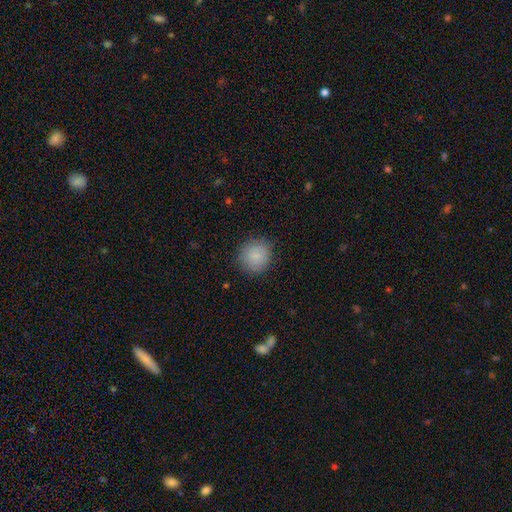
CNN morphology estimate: A smooth galaxy with no disk features (87%) that is round (92%).

Vote fractions:
- Smooth or featured? smooth: 87% / star or artifact: 8% / featured or disk: 5%
- How rounded? round: 92% / in between: 7% / cigar-shaped: 1%
- Merging? none: 86% / minor disturbance: 10% / major disturbance: 3% / merger: 1%